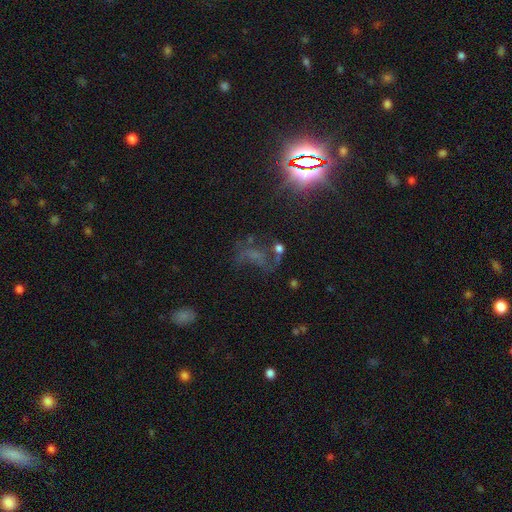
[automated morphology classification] Smooth or featured? Predicted: star or artifact (p=0.49).